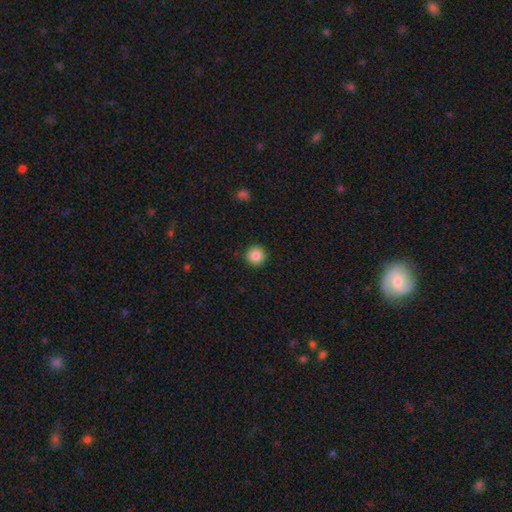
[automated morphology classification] Smooth or featured?
  - smooth: 87% *
  - star or artifact: 9%
  - featured or disk: 4%
How rounded?
  - round: 96% *
  - in between: 3%
  - cigar-shaped: 1%
Merging?
  - none: 93% *
  - minor disturbance: 5%
  - major disturbance: 2%
  - merger: 1%